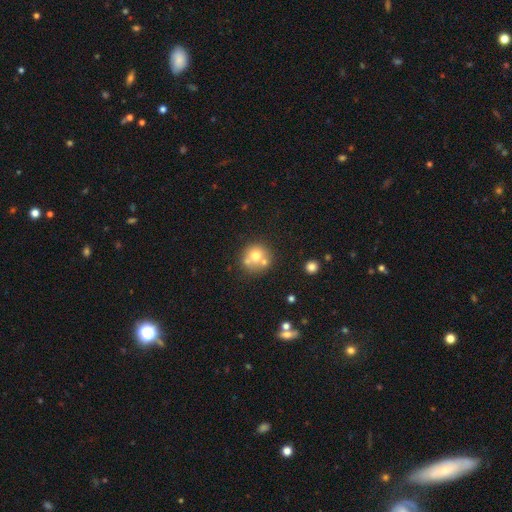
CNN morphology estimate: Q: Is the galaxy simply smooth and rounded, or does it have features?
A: smooth — 66%.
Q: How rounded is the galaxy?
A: round — 88%.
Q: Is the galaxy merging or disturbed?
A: none — 51%.